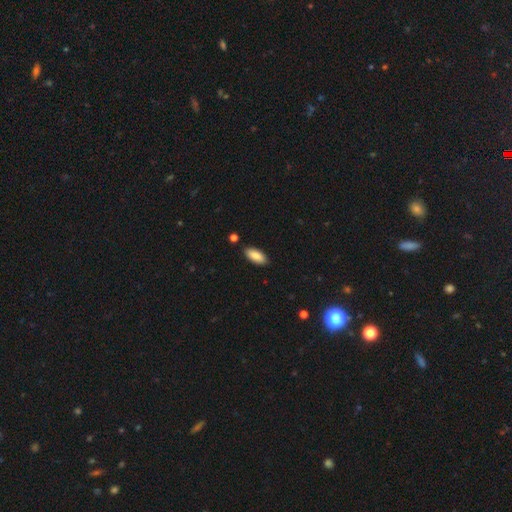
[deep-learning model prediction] A smooth galaxy with no disk features (86%) that is in between round and cigar-shaped (84%). Merging: none (88%).